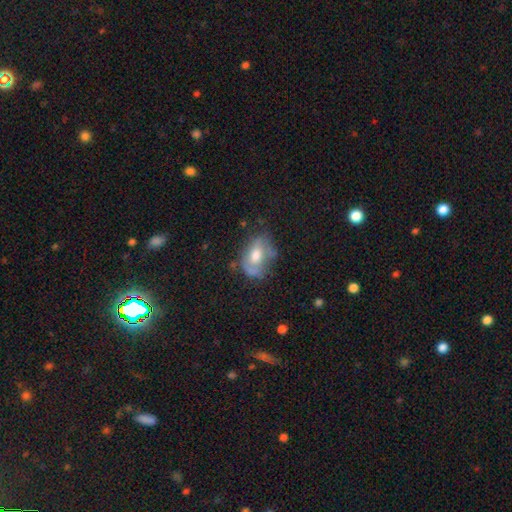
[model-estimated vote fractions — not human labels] featured or disk 47%, smooth 43%, star or artifact 9%. Down the decision tree: merging — none (42%).